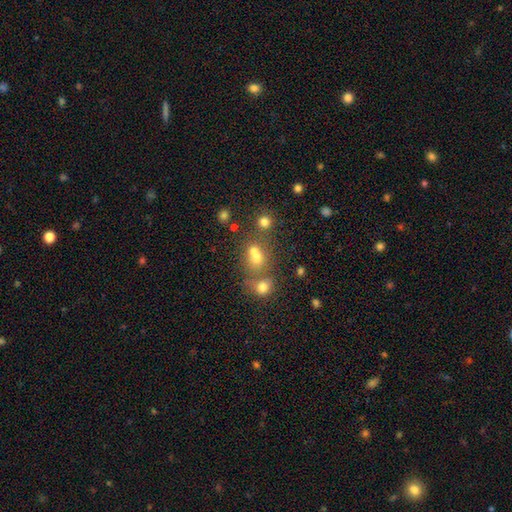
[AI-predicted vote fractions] Morphology: type=smooth (62%); roundness=round (70%); merging=merger (48%).